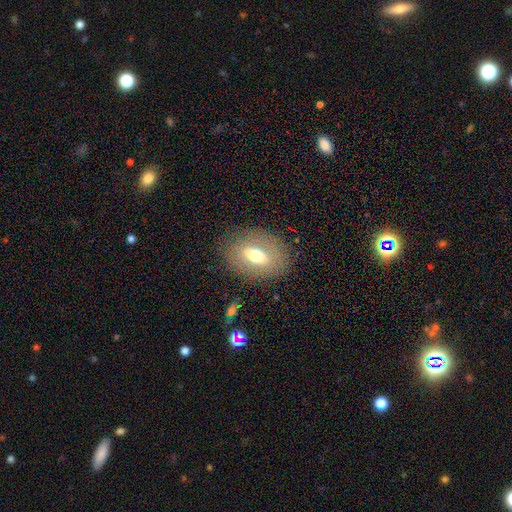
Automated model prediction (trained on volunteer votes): Q: Smooth or featured?
A: smooth (49%); runner-up: featured or disk (42%)
Q: Merging?
A: none (81%); runner-up: minor disturbance (12%)